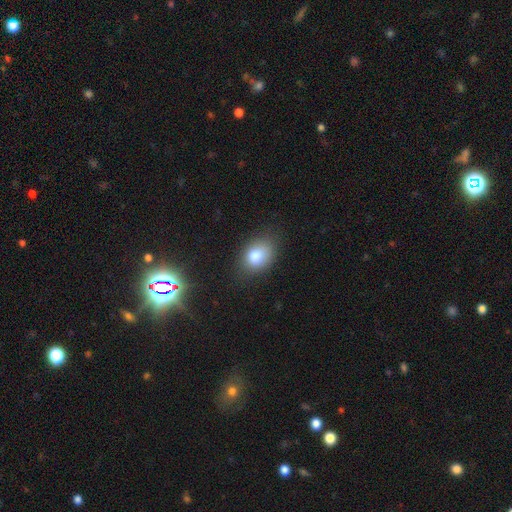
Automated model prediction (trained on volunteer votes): Q: Smooth or featured?
A: smooth (82%); runner-up: star or artifact (9%)
Q: How rounded?
A: in between (78%); runner-up: round (20%)
Q: Merging?
A: none (69%); runner-up: minor disturbance (22%)